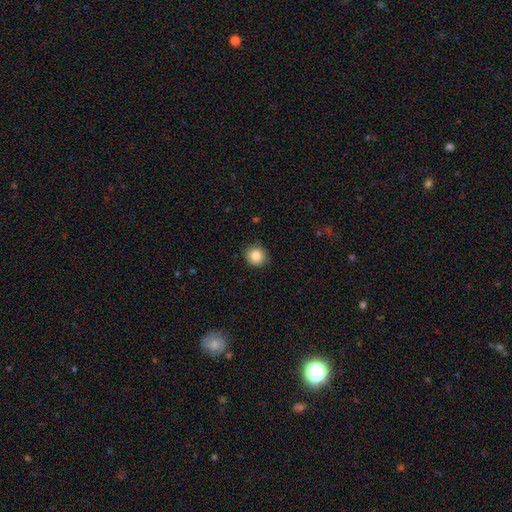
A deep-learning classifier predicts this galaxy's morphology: Smooth or featured? smooth (85%)
How rounded? round (87%)
Merging? none (86%)